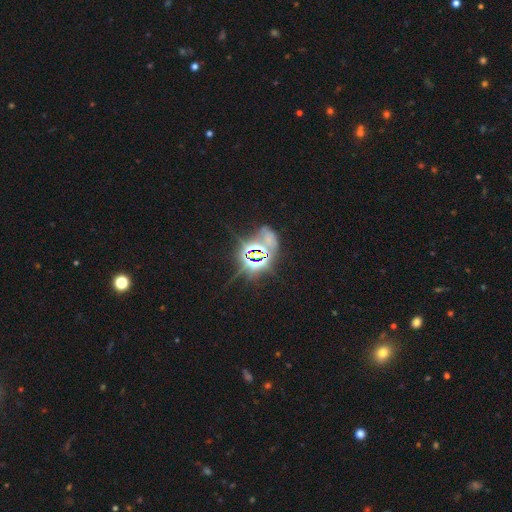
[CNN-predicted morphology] Smooth or featured? Predicted: star or artifact (p=0.77).